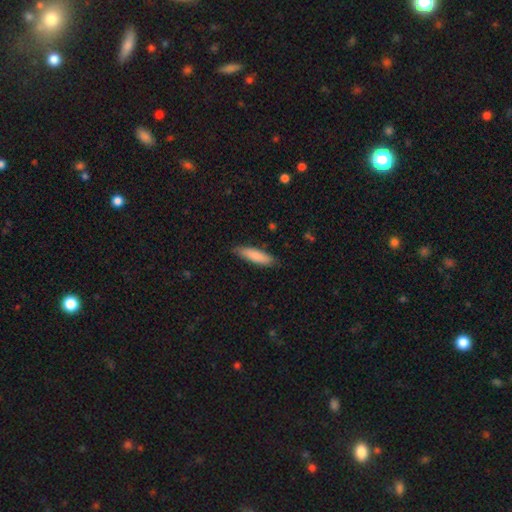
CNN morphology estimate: Smooth or featured?
  - smooth: 81% *
  - featured or disk: 14%
  - star or artifact: 5%
How rounded?
  - cigar-shaped: 67% *
  - in between: 32%
  - round: 1%
Merging?
  - none: 82% *
  - minor disturbance: 14%
  - major disturbance: 2%
  - merger: 1%